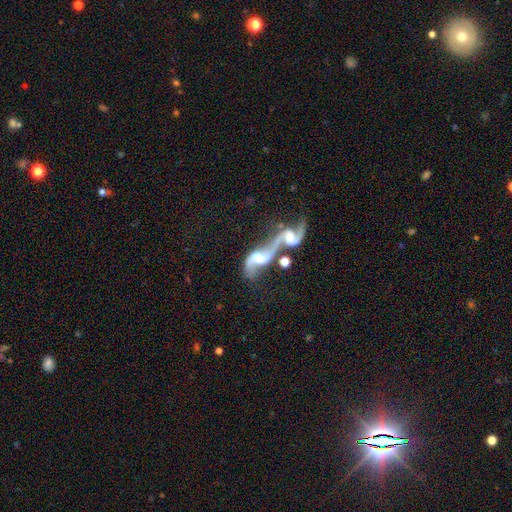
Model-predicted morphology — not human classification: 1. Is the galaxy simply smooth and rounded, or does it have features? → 80% featured or disk, 12% smooth, 8% star or artifact.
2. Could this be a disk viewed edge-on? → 93% no, 7% yes.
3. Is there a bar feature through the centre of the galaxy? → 41% weak, 40% no, 18% strong.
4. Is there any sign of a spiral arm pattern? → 90% yes, 10% no.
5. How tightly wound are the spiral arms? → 76% loose, 19% medium, 5% tight.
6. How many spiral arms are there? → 84% 2, 8% 1, 5% can't tell, 1% 3, 1% 4, 1% more than 4.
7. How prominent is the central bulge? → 45% moderate, 28% small, 13% none, 12% large, 2% dominant.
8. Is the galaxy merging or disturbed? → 66% merger, 16% none, 12% major disturbance, 7% minor disturbance.